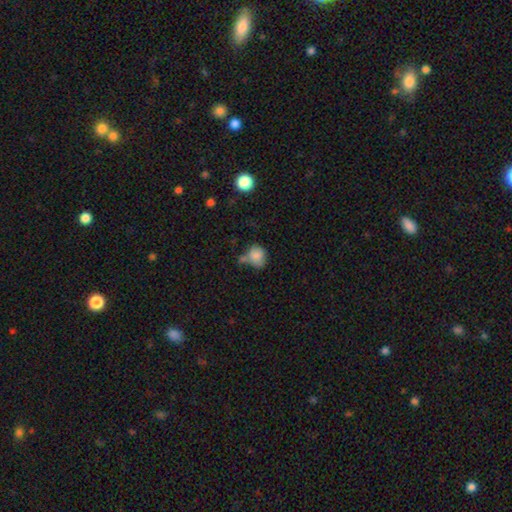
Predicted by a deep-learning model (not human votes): This appears to be a smooth galaxy with no disk features (82%) that is round (66%). Merging: none (45%).